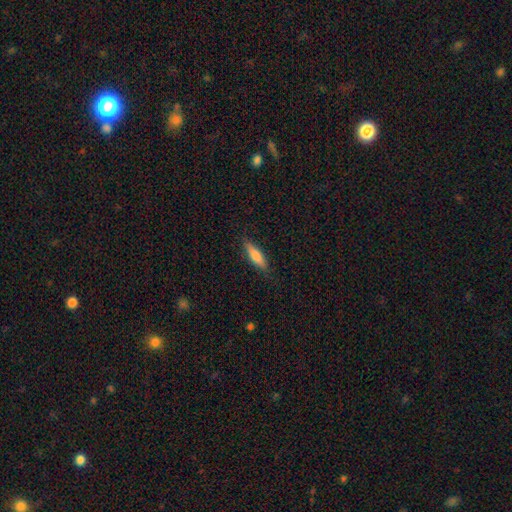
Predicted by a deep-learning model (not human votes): smooth-or-featured: smooth: 73% | featured or disk: 21% | star or artifact: 6%
  how-rounded: cigar-shaped: 67% | in between: 31% | round: 2%
  merging: none: 85% | minor disturbance: 11% | major disturbance: 2% | merger: 1%